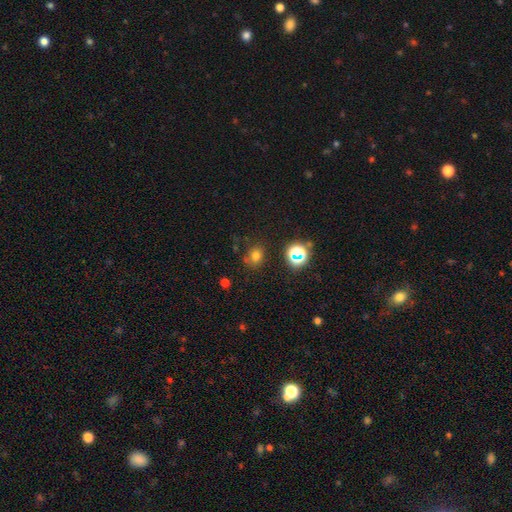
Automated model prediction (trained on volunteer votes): Smooth or featured: smooth — 70% (star or artifact — 22%)
How rounded: round — 68% (in between — 31%)
Merging: none — 75% (minor disturbance — 14%)